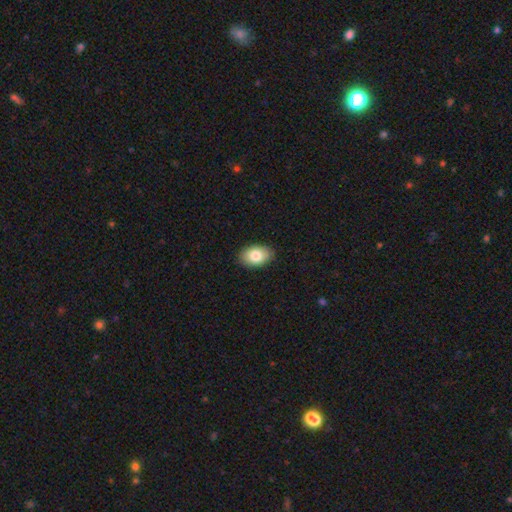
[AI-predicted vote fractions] This appears to be a smooth galaxy with no disk features (82%) that is in between round and cigar-shaped (90%). Merging: none (89%).